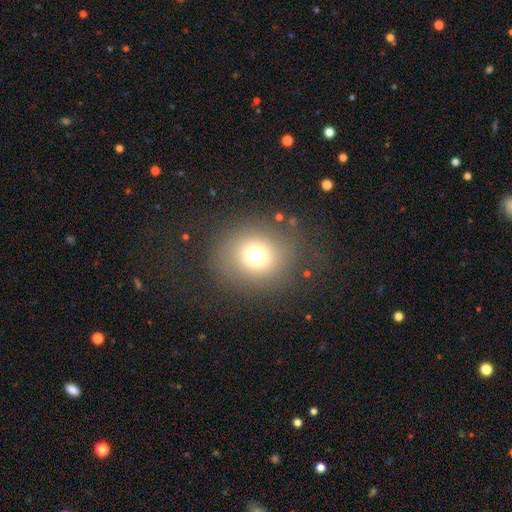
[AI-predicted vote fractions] smooth-or-featured: smooth: 71% | star or artifact: 18% | featured or disk: 11%
  how-rounded: round: 86% | in between: 13% | cigar-shaped: 1%
  merging: none: 80% | minor disturbance: 10% | major disturbance: 8% | merger: 2%